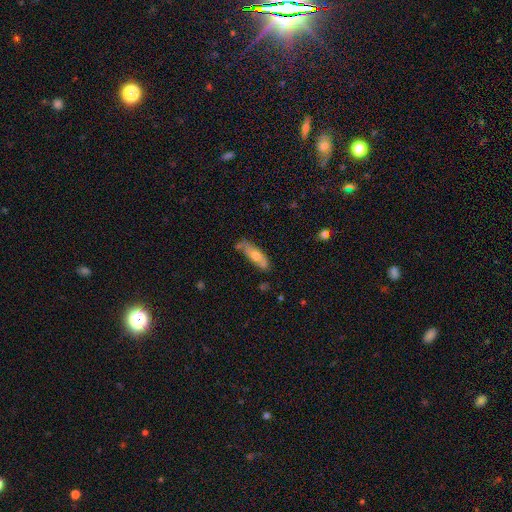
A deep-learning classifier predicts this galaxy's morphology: The model was most divided on "smooth or featured": smooth: 50%, featured or disk: 43%, star or artifact: 7%. More confident: merging — none (62%).